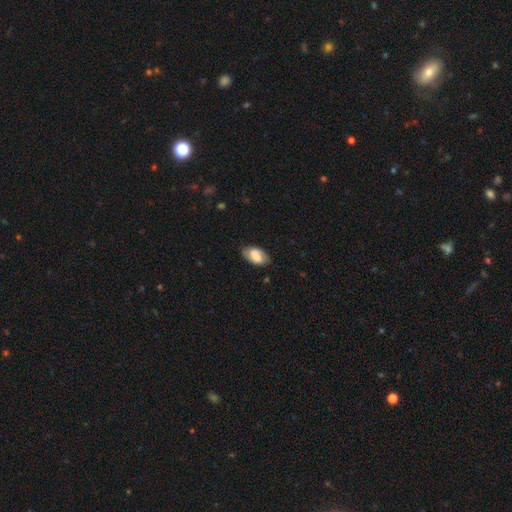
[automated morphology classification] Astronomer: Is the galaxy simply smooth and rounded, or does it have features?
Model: smooth — 55% (runner-up: featured or disk, 37%).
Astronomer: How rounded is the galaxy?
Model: in between — 92%.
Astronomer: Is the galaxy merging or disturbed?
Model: none — 76%.